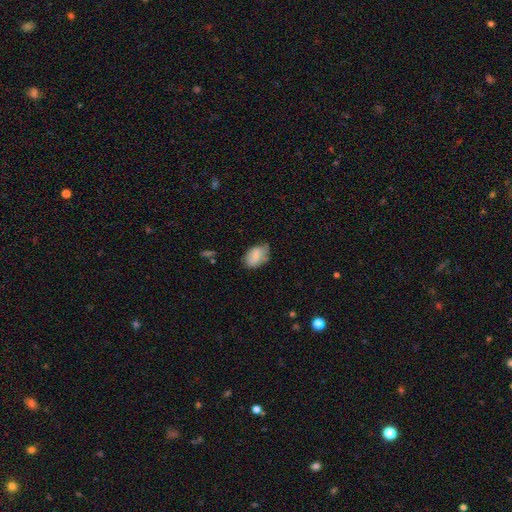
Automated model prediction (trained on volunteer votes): smooth_or_featured: smooth (p=0.74) [alt: featured or disk p=0.18]
how_rounded: in between (p=0.87) [alt: round p=0.12]
merging: none (p=0.47) [alt: minor disturbance p=0.39]